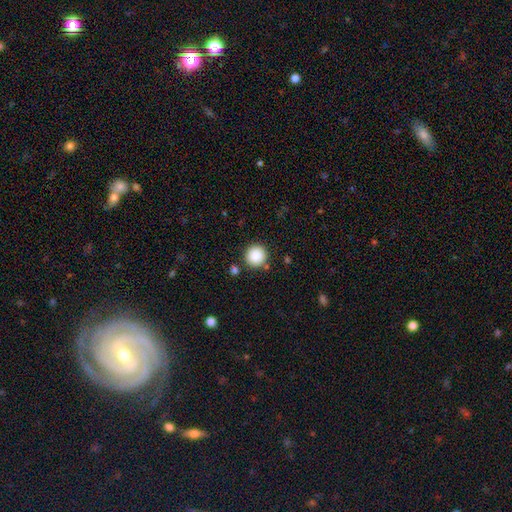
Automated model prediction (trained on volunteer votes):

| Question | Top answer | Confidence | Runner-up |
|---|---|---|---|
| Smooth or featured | smooth | 86% | star or artifact (9%) |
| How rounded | round | 95% | in between (4%) |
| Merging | none | 87% | minor disturbance (7%) |